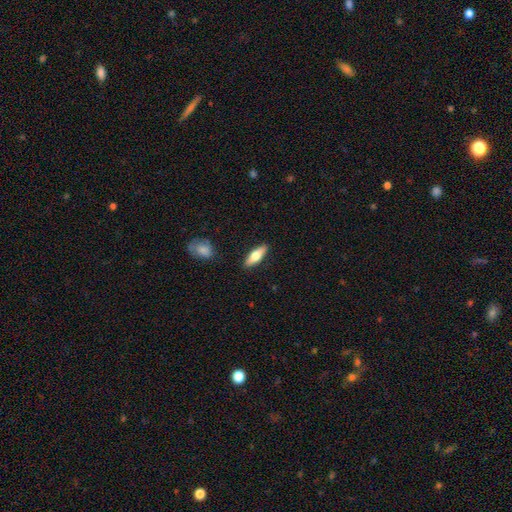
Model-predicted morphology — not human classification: smooth-or-featured: smooth: 63% | featured or disk: 31% | star or artifact: 6%
  how-rounded: in between: 57% | cigar-shaped: 41% | round: 2%
  merging: none: 88% | minor disturbance: 8% | major disturbance: 2% | merger: 2%